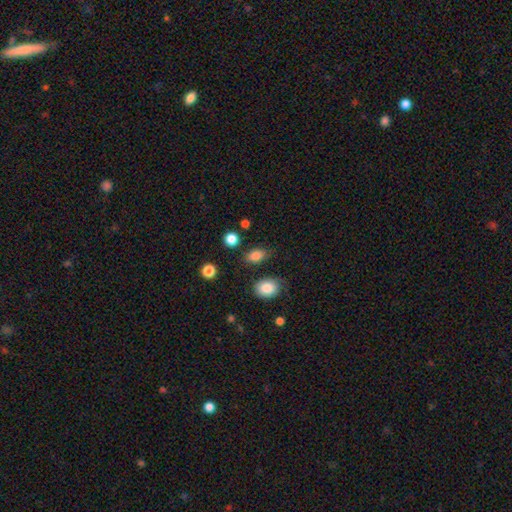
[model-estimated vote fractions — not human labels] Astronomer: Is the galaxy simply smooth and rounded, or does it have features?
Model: smooth — 85%.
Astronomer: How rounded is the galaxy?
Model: in between — 78%.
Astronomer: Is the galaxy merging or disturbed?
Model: none — 76%.